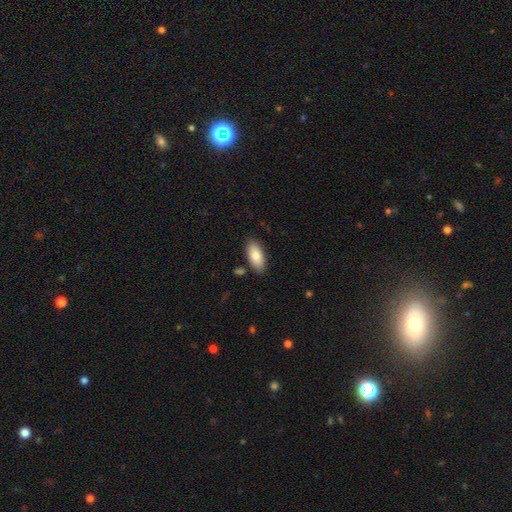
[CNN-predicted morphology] Smooth or featured: smooth — 82% (featured or disk — 12%)
How rounded: in between — 88% (cigar-shaped — 10%)
Merging: none — 84% (minor disturbance — 10%)